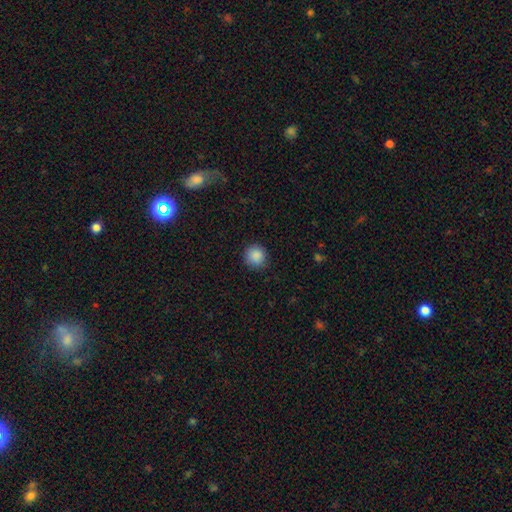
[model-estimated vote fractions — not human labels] Smooth or featured? smooth (88%)
How rounded? round (93%)
Merging? none (89%)